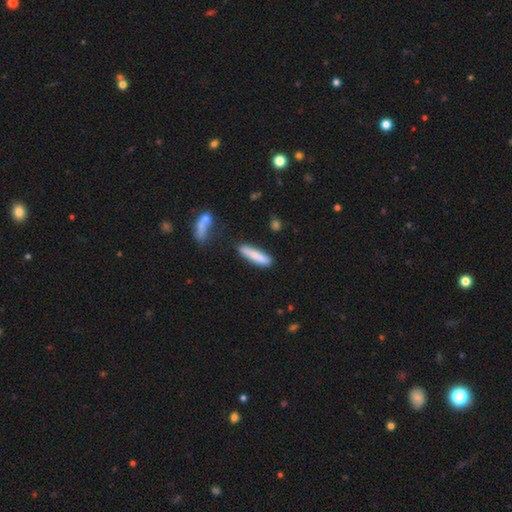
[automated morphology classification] Smooth or featured? Predicted: smooth (p=0.77). How rounded? Predicted: cigar-shaped (p=0.82). Merging? Predicted: none (p=0.83).